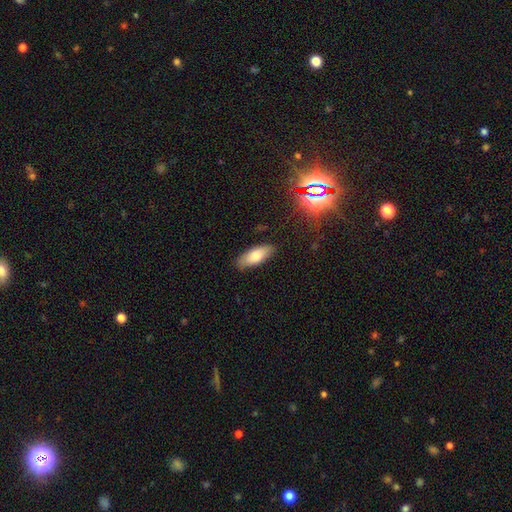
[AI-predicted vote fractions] This appears to be a smooth galaxy with no disk features (77%) that is in between round and cigar-shaped (77%). Merging: none (84%).